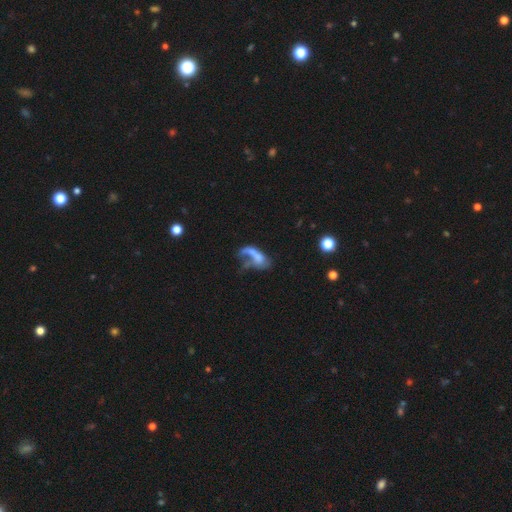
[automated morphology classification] The model was most divided on "smooth or featured": featured or disk: 45%, smooth: 43%, star or artifact: 12%. Remaining: merging — major disturbance (37%).